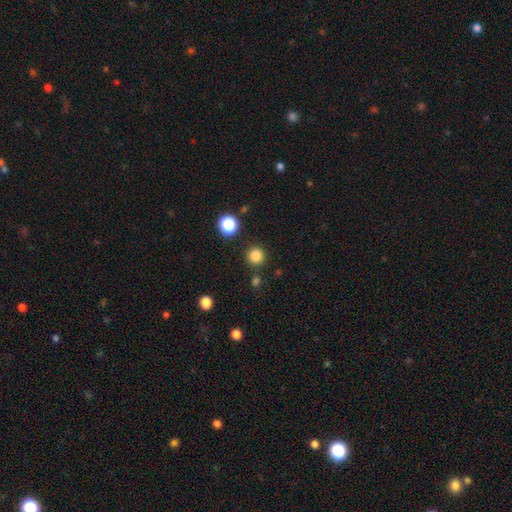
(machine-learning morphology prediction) Smooth or featured? Predicted: smooth (p=0.83). How rounded? Predicted: round (p=0.94). Merging? Predicted: none (p=0.89).